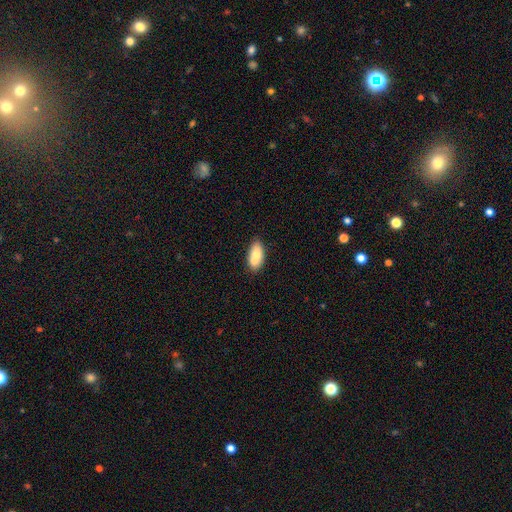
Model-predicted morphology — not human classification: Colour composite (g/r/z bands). It shows a smooth galaxy with no disk features (79%) that is in between round and cigar-shaped (89%). Merging: none (72%).